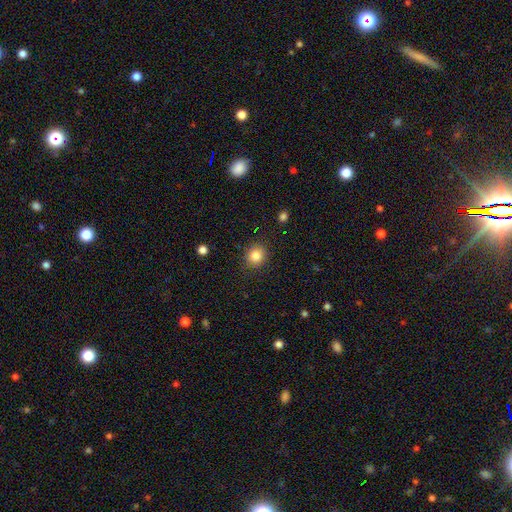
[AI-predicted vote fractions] Overall: smooth (84%). How rounded: round (82%). Merging: none (88%).